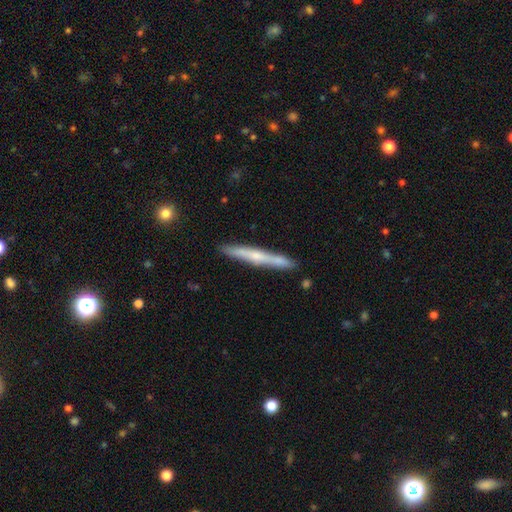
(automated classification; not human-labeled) featured or disk 54%, smooth 41%, star or artifact 6%. Down the decision tree: edge-on disk — yes (96%); edge-on bulge — rounded (53%); merging — none (87%).